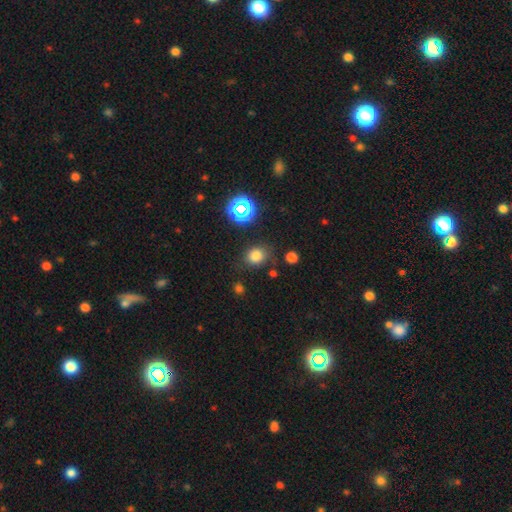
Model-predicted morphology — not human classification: Smooth or featured? smooth (76%)
How rounded? round (61%)
Merging? none (78%)